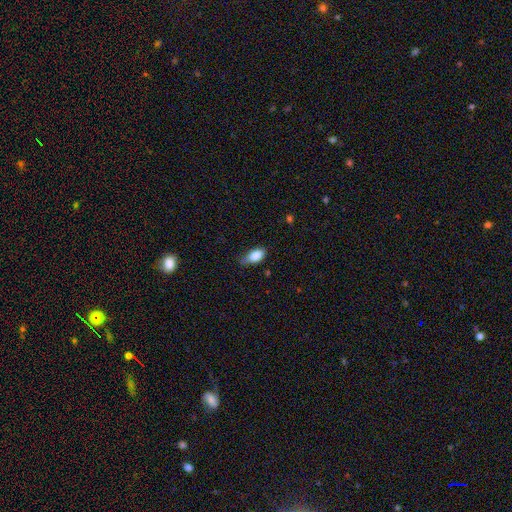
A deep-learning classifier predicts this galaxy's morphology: Smooth or featured?
  - smooth: 86% *
  - star or artifact: 7%
  - featured or disk: 7%
How rounded?
  - in between: 90% *
  - cigar-shaped: 5%
  - round: 5%
Merging?
  - none: 51% *
  - minor disturbance: 39%
  - major disturbance: 8%
  - merger: 2%